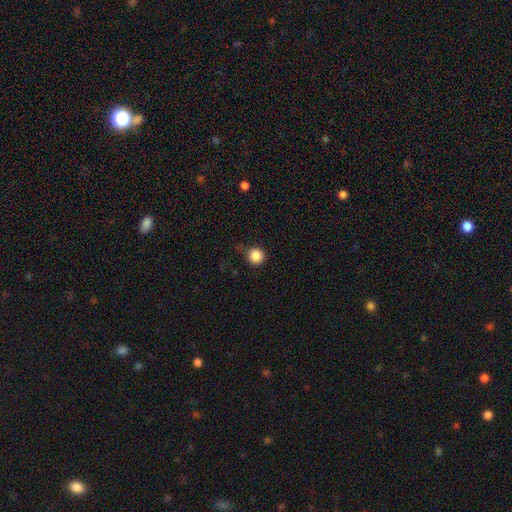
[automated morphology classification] Overall: smooth (86%). How rounded: round (95%). Merging: none (83%).